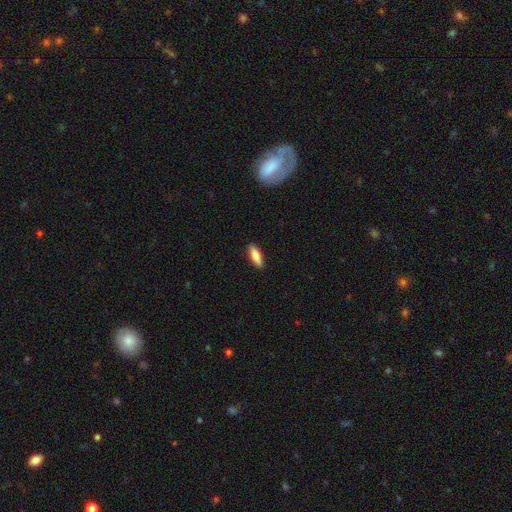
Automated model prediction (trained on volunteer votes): Smooth or featured? smooth (81%)
How rounded? in between (54%)
Merging? none (88%)